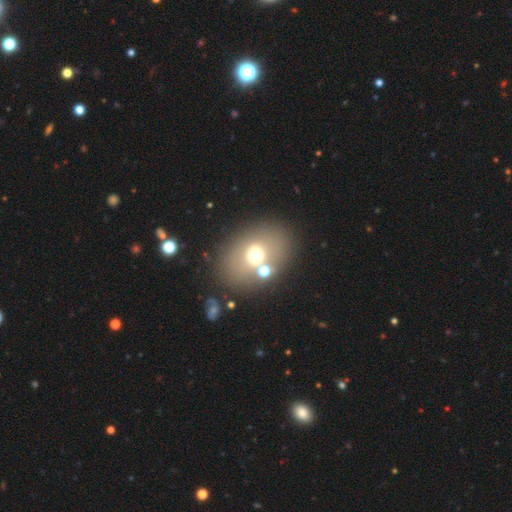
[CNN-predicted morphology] This is likely a smooth galaxy (61%). How rounded: possibly in between (59%). Merging: likely none (72%).